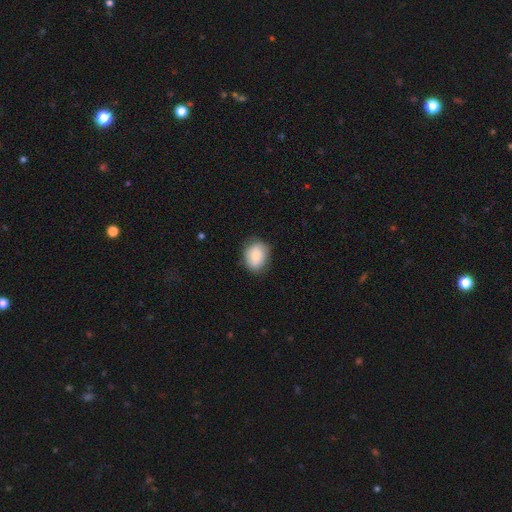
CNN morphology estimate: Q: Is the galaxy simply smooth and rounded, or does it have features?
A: smooth — 81%.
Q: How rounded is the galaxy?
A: in between — 58%.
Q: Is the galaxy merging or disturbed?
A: none — 78%.